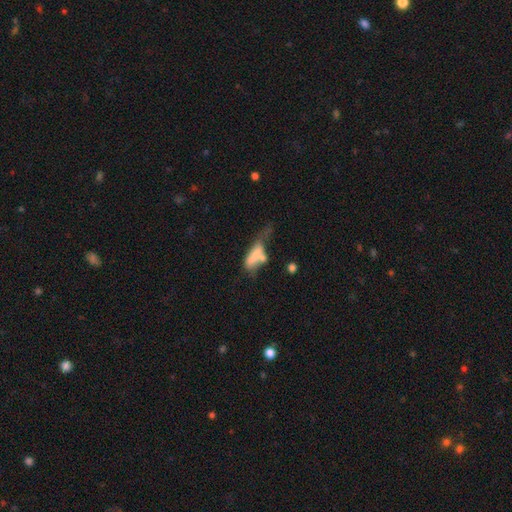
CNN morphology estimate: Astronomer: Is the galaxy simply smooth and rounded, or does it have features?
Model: smooth — 65%.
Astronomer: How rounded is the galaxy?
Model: in between — 63%.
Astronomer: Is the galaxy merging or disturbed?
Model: major disturbance — 33% (runner-up: merger, 28%).